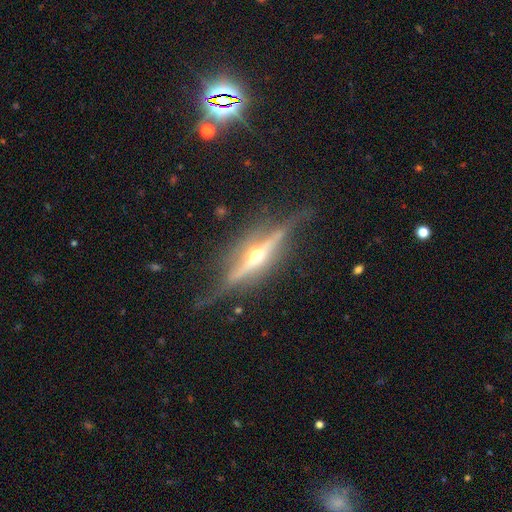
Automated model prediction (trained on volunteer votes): The model was most divided on "merging": none: 75%, minor disturbance: 16%, major disturbance: 6%, merger: 2%. More confident: edge-on disk — yes (94%); edge-on bulge — rounded (94%); smooth or featured — featured or disk (86%).